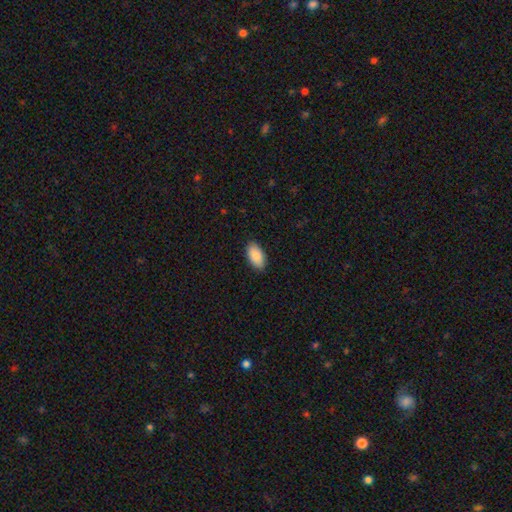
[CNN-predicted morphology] Overall: smooth (89%). How rounded: in between (95%). Merging: none (88%).